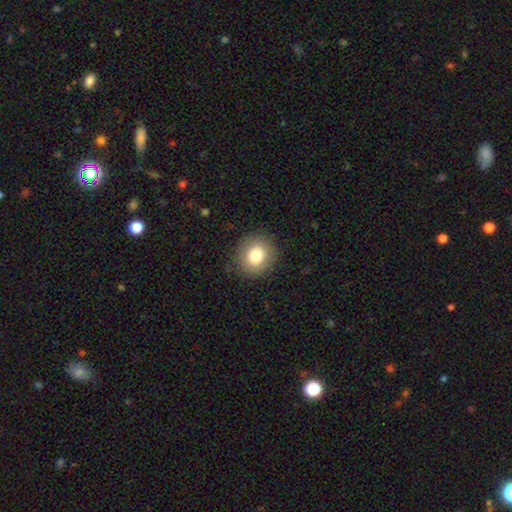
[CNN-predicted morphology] This appears to be a smooth galaxy with no disk features (79%) that is round (82%). Merging: none (89%).